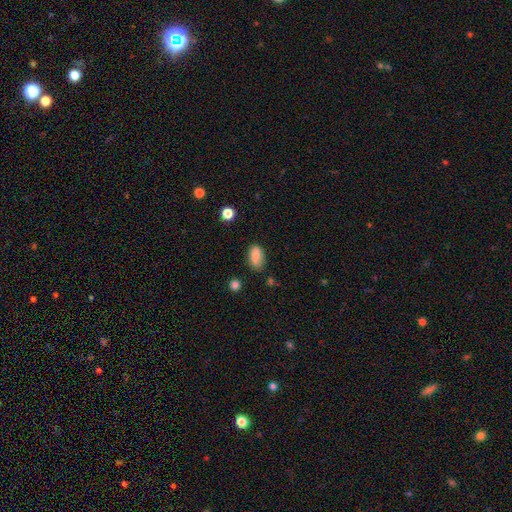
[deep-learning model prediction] Smooth or featured? smooth (84%)
How rounded? in between (91%)
Merging? none (73%)